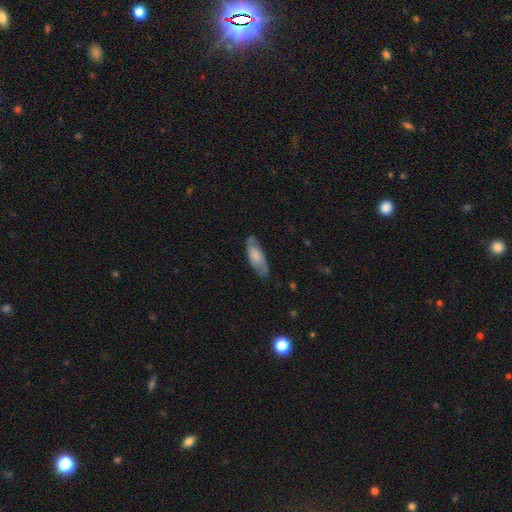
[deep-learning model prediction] Overall: smooth (53%; featured or disk 41%). How rounded: in between (67%; cigar-shaped 31%). Merging: none (75%).